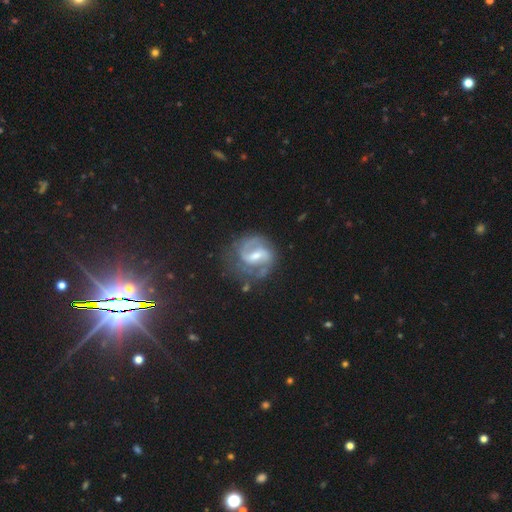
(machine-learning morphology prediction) smooth-or-featured: featured or disk: 85% | smooth: 9% | star or artifact: 6%
  disk-edge-on: no: 98% | yes: 2%
    bar: weak: 52% | strong: 34% | no: 14%
    has-spiral-arms: yes: 95% | no: 5%
      spiral-winding: medium: 52% | tight: 30% | loose: 18%
      spiral-arm-count: 2: 84% | can't tell: 7% | 1: 4% | 3: 3% | 4: 1% | more than 4: 1%
    bulge-size: moderate: 49% | small: 40% | large: 5% | none: 5% | dominant: 1%
  merging: none: 68% | minor disturbance: 19% | major disturbance: 10% | merger: 3%